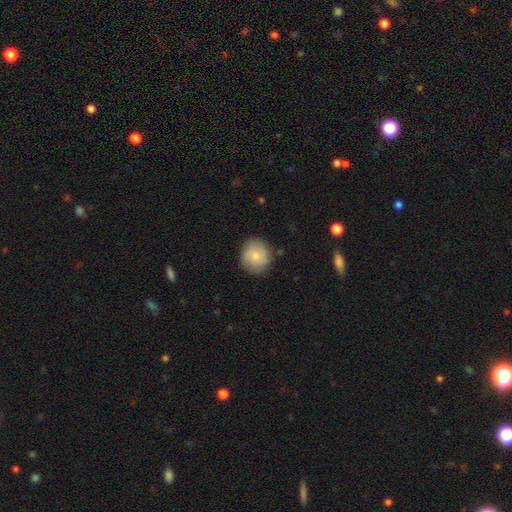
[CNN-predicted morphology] Smooth or featured? smooth (78%)
How rounded? round (88%)
Merging? none (83%)